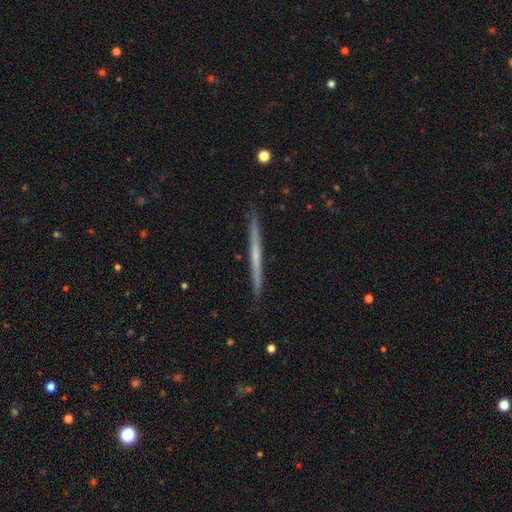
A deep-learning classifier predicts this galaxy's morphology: smooth_or_featured: featured or disk (p=0.54) [alt: smooth p=0.40]
disk_edge_on: yes (p=0.98) [alt: no p=0.02]
edge_on_bulge: none (p=0.87) [alt: rounded p=0.09]
merging: none (p=0.92) [alt: minor disturbance p=0.06]